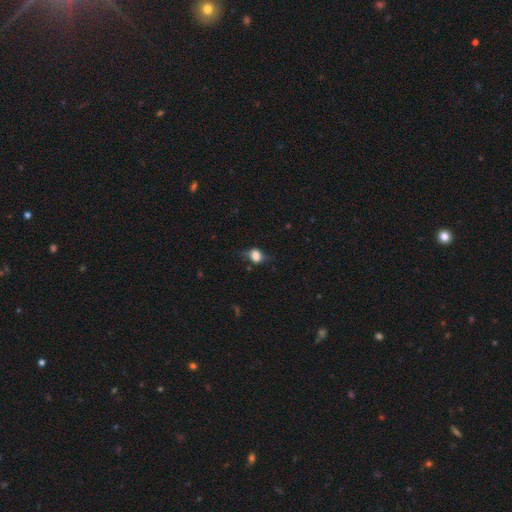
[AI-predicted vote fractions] Smooth or featured? Predicted: smooth (p=0.65). How rounded? Predicted: in between (p=0.54). Merging? Predicted: none (p=0.58).